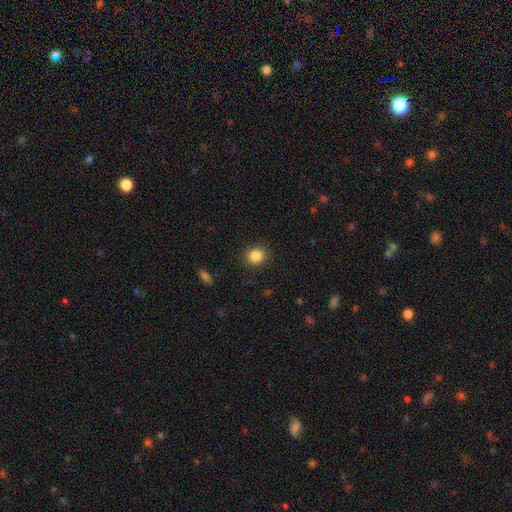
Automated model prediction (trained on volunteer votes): This is clearly a smooth galaxy (86%). How rounded: clearly round (80%). Merging: clearly none (89%).